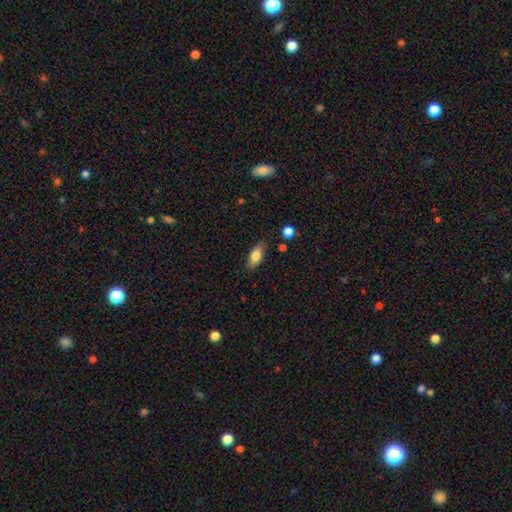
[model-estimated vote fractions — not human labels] Smooth or featured: smooth — 79% (featured or disk — 13%)
How rounded: in between — 82% (cigar-shaped — 14%)
Merging: none — 80% (minor disturbance — 14%)